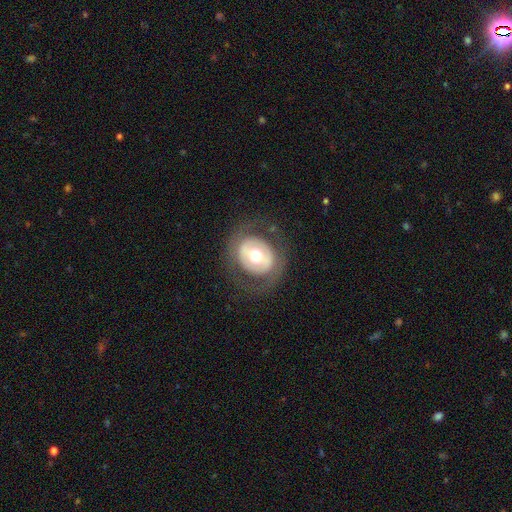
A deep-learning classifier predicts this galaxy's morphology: Q: Smooth or featured?
A: featured or disk (55%); runner-up: smooth (38%)
Q: Edge-on disk?
A: no (95%); runner-up: yes (5%)
Q: Bar?
A: no (55%); runner-up: weak (26%)
Q: Spiral arms?
A: no (81%); runner-up: yes (19%)
Q: Bulge size?
A: moderate (70%); runner-up: large (19%)
Q: Merging?
A: none (75%); runner-up: minor disturbance (12%)